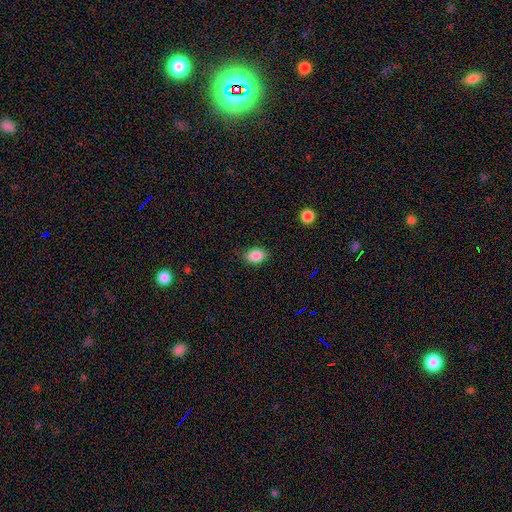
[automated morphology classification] Smooth or featured? Predicted: smooth (p=0.87). How rounded? Predicted: in between (p=0.81). Merging? Predicted: none (p=0.83).